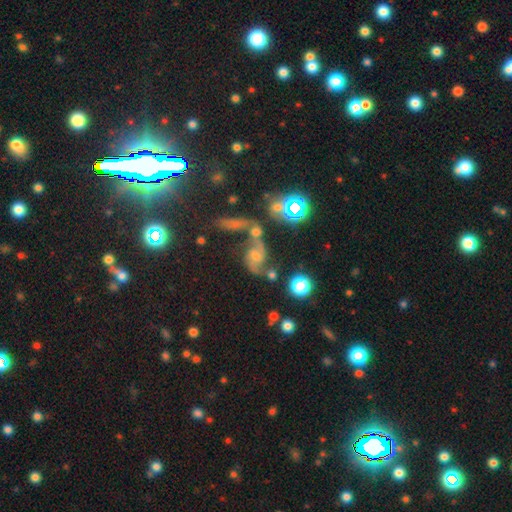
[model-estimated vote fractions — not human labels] smooth-or-featured: featured or disk: 62% | star or artifact: 20% | smooth: 18%
  disk-edge-on: no: 95% | yes: 5%
    bar: no: 58% | weak: 31% | strong: 10%
    has-spiral-arms: yes: 88% | no: 12%
      spiral-winding: loose: 55% | medium: 35% | tight: 10%
      spiral-arm-count: 2: 86% | 1: 6% | can't tell: 4% | 3: 1% | 4: 1% | more than 4: 1%
    bulge-size: moderate: 46% | small: 34% | none: 10% | large: 8% | dominant: 2%
  merging: merger: 41% | none: 32% | minor disturbance: 13% | major disturbance: 13%